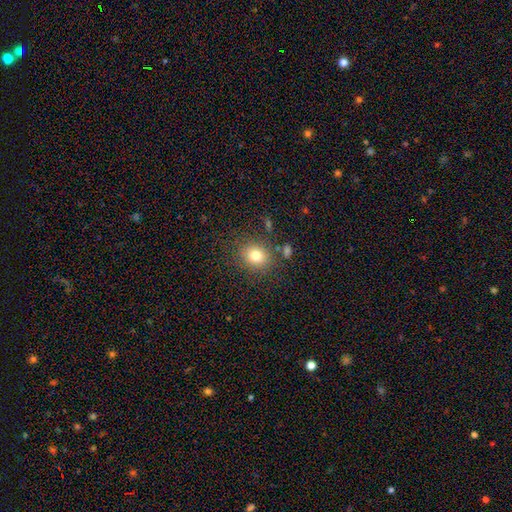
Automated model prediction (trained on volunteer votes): Overall: smooth (79%). How rounded: round (72%). Merging: none (81%).